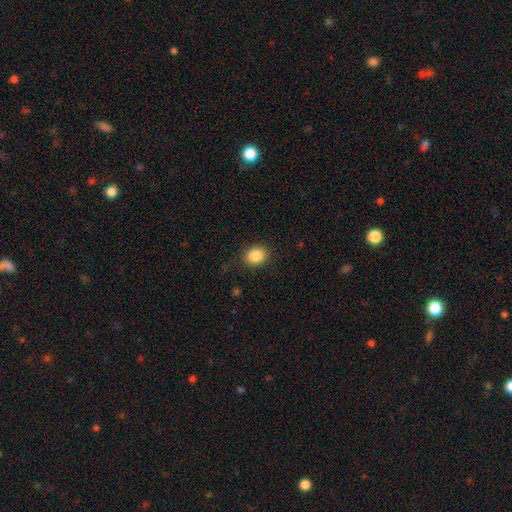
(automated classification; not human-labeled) A smooth galaxy with no disk features (86%) that is round (61%).

Vote fractions:
- Smooth or featured? smooth: 86% / star or artifact: 9% / featured or disk: 4%
- How rounded? round: 61% / in between: 38% / cigar-shaped: 1%
- Merging? none: 86% / minor disturbance: 10% / major disturbance: 3% / merger: 1%